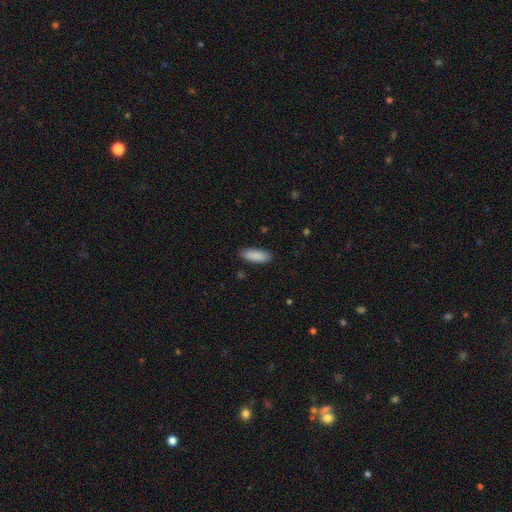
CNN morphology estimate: smooth-or-featured: smooth: 90% | star or artifact: 6% | featured or disk: 4%
  how-rounded: in between: 67% | cigar-shaped: 31% | round: 2%
  merging: none: 88% | minor disturbance: 9% | major disturbance: 2% | merger: 1%